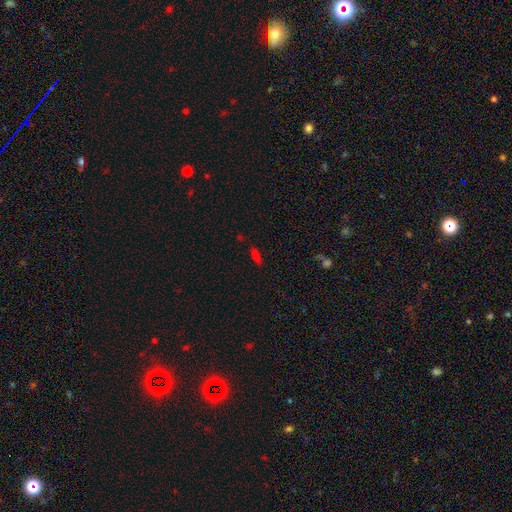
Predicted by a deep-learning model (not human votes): Q: Smooth or featured?
A: smooth (69%); runner-up: star or artifact (22%)
Q: How rounded?
A: in between (55%); runner-up: cigar-shaped (41%)
Q: Merging?
A: none (78%); runner-up: minor disturbance (13%)